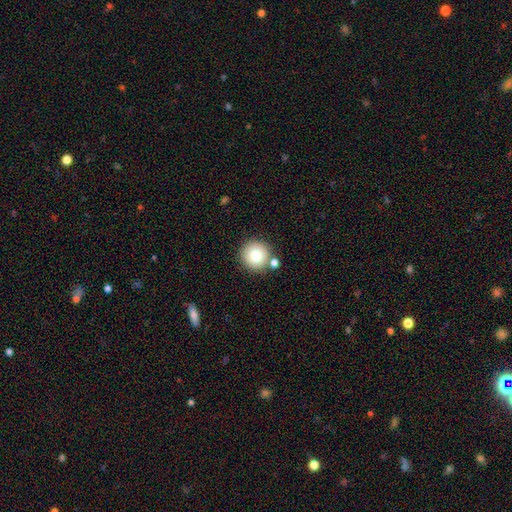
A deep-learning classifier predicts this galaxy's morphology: smooth_or_featured: smooth (p=0.75) [alt: featured or disk p=0.14]
how_rounded: round (p=0.94) [alt: in between p=0.05]
merging: none (p=0.79) [alt: merger p=0.11]